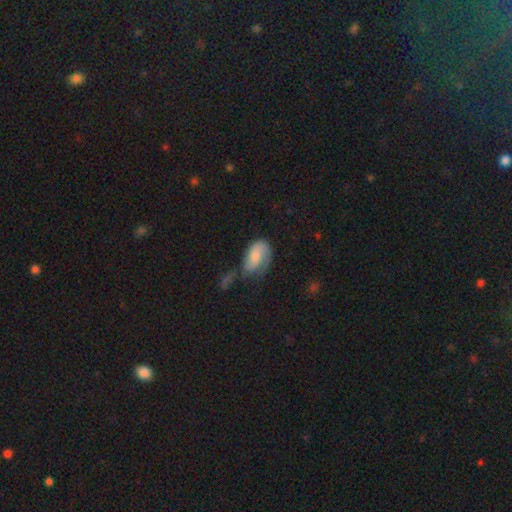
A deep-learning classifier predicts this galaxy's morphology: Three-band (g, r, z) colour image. It shows a smooth galaxy with no disk features (53%) that is in between round and cigar-shaped (90%). Merging: major disturbance (33%).